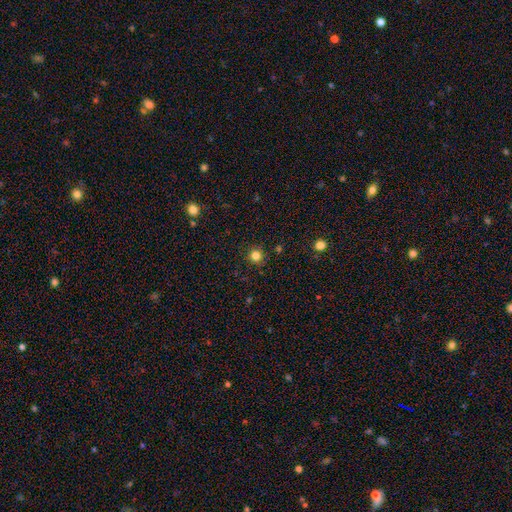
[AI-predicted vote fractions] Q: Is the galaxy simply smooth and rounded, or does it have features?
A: smooth — 81%.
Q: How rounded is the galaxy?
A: round — 94%.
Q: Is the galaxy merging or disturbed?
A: none — 90%.